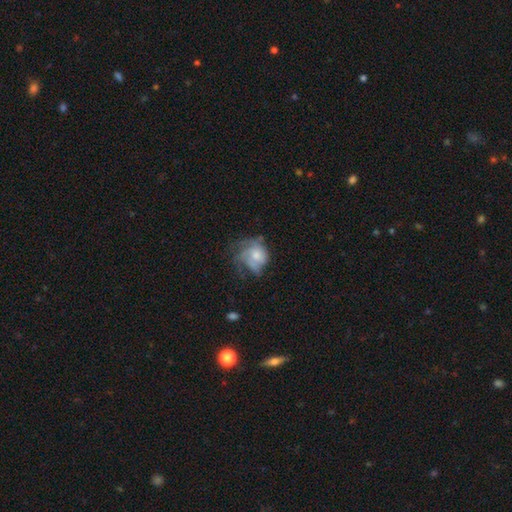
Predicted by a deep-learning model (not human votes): The model was most divided on "smooth or featured": featured or disk: 47%, smooth: 45%, star or artifact: 9%. Remaining: merging — major disturbance (37%).